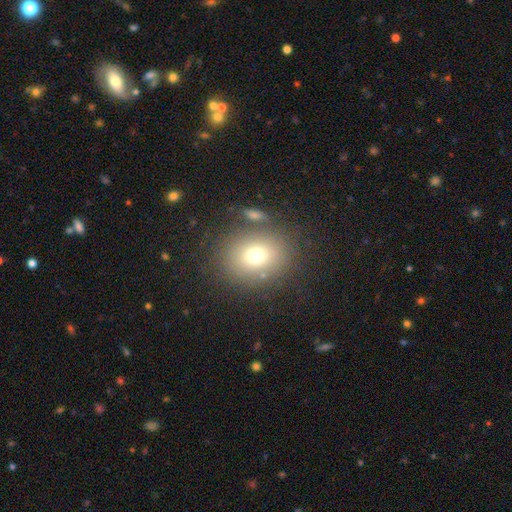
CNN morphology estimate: Smooth or featured?
  - smooth: 72% *
  - star or artifact: 14%
  - featured or disk: 14%
How rounded?
  - round: 59% *
  - in between: 40%
  - cigar-shaped: 1%
Merging?
  - none: 77% *
  - minor disturbance: 10%
  - merger: 8%
  - major disturbance: 5%